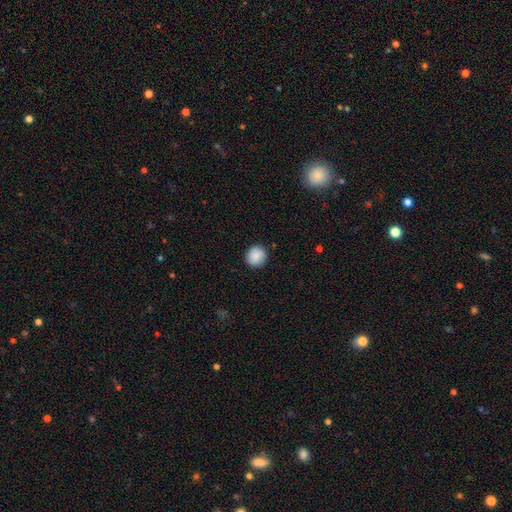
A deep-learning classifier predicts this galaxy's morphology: smooth 86%, star or artifact 8%, featured or disk 6%. Down the decision tree: how rounded — round (92%); merging — none (89%).